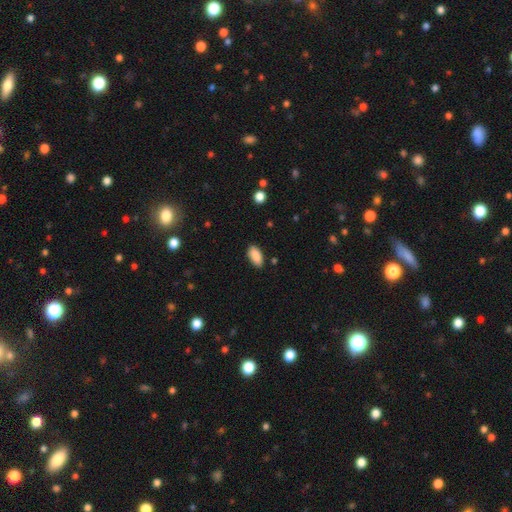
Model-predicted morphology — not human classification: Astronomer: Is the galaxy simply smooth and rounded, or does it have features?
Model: smooth — 88%.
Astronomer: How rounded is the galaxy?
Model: in between — 92%.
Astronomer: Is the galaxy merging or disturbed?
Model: none — 86%.